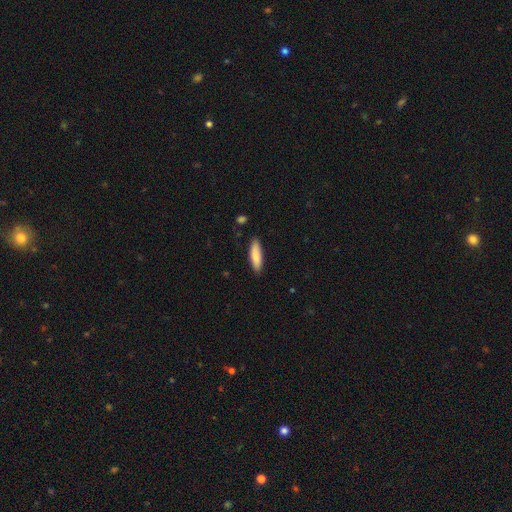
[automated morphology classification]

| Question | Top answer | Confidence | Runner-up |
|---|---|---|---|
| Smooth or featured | smooth | 86% | featured or disk (8%) |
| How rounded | cigar-shaped | 58% | in between (40%) |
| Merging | none | 87% | minor disturbance (10%) |